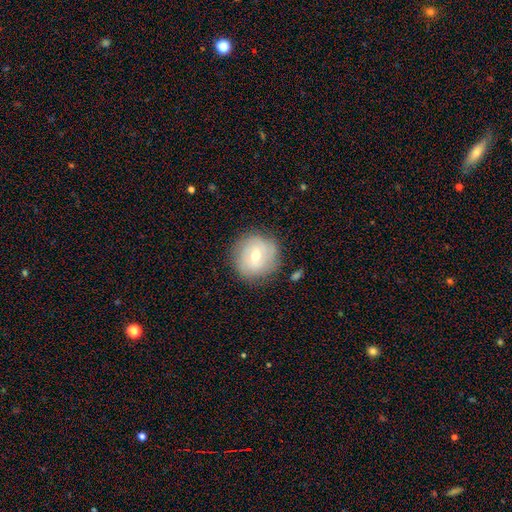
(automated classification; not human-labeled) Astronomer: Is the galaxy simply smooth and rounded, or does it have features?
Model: featured or disk — 48% (runner-up: smooth, 43%).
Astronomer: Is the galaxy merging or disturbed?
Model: none — 82%.